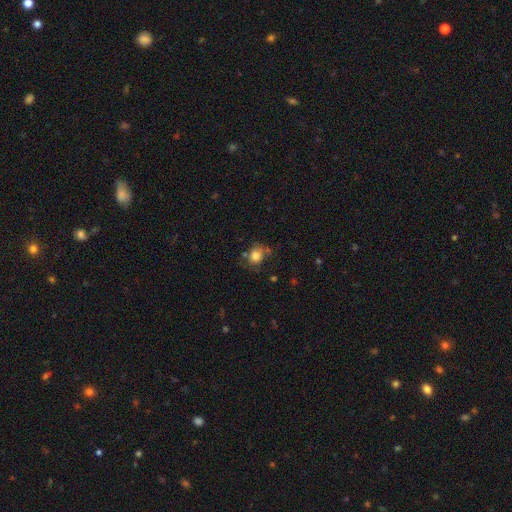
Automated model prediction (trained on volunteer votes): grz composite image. It shows a smooth galaxy with no disk features (77%) that is round (66%). Merging: none (58%).